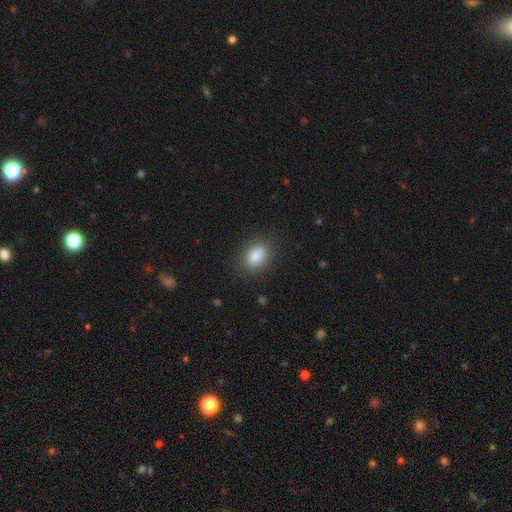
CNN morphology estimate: smooth-or-featured: smooth: 82% | star or artifact: 9% | featured or disk: 8%
  how-rounded: in between: 79% | round: 19% | cigar-shaped: 2%
  merging: none: 81% | minor disturbance: 13% | major disturbance: 4% | merger: 2%